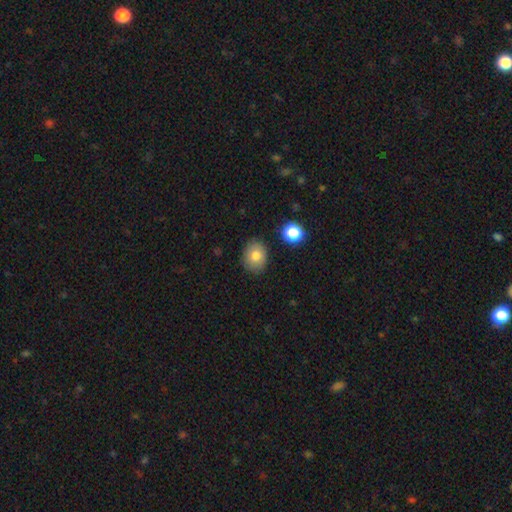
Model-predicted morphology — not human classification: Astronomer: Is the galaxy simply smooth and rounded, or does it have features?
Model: smooth — 78%.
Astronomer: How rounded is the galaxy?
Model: round — 53% (runner-up: in between, 46%).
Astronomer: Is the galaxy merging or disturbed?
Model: none — 85%.